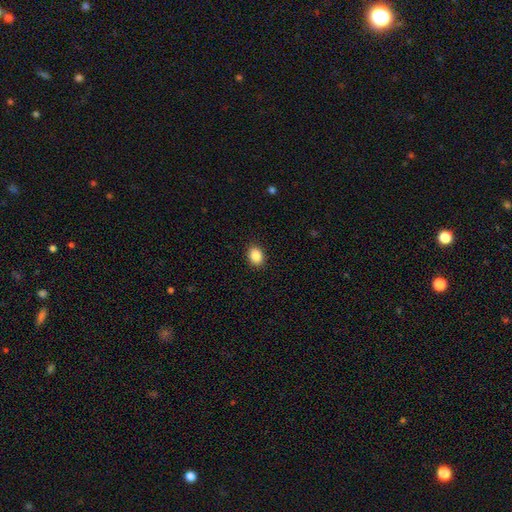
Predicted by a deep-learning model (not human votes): Smooth or featured: smooth — 87% (star or artifact — 9%)
How rounded: in between — 59% (round — 40%)
Merging: none — 90% (minor disturbance — 7%)